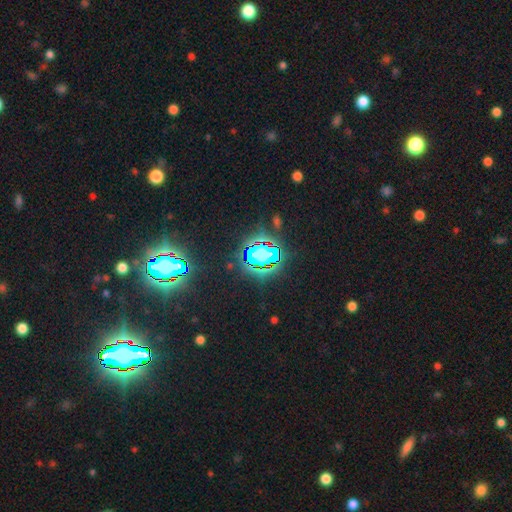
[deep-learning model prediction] Morphology: type=star or artifact (84%).